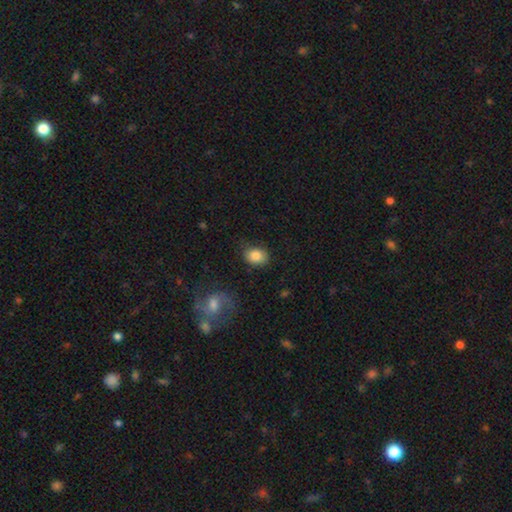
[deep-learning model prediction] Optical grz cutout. It shows a smooth galaxy with no disk features (84%) that is in between round and cigar-shaped (61%). Merging: none (76%).